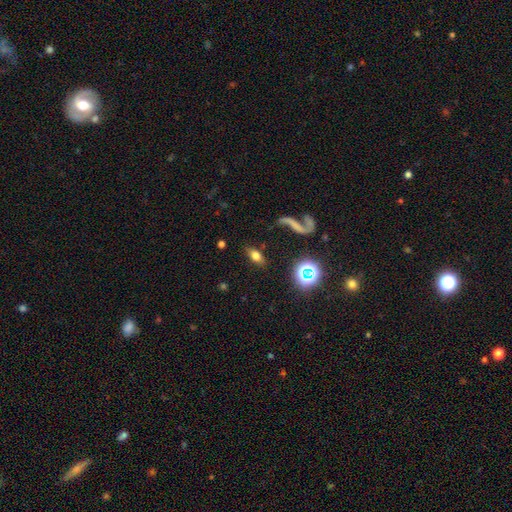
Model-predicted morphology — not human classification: This appears to be a smooth galaxy with no disk features (63%) that is in between round and cigar-shaped (80%). Merging: none (78%).